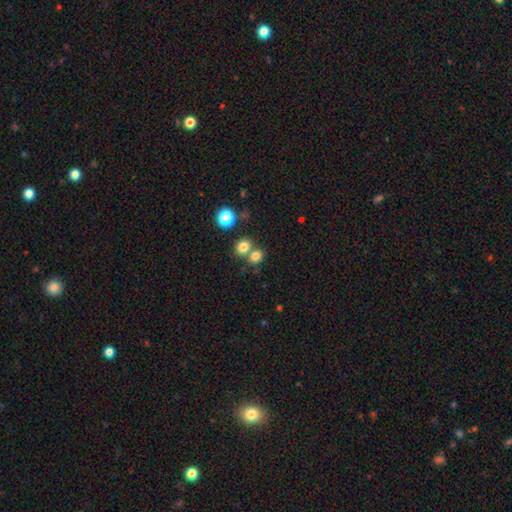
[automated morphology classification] The model was most divided on "merging": none: 51%, merger: 39%, minor disturbance: 7%, major disturbance: 3%. More confident: smooth or featured — smooth (78%); how rounded — round (68%).